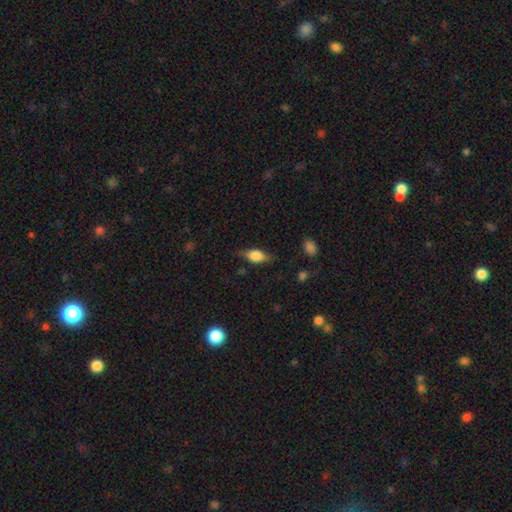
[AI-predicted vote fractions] smooth_or_featured: smooth (p=0.52) [alt: featured or disk p=0.40]
how_rounded: in between (p=0.74) [alt: cigar-shaped p=0.17]
merging: none (p=0.76) [alt: minor disturbance p=0.18]